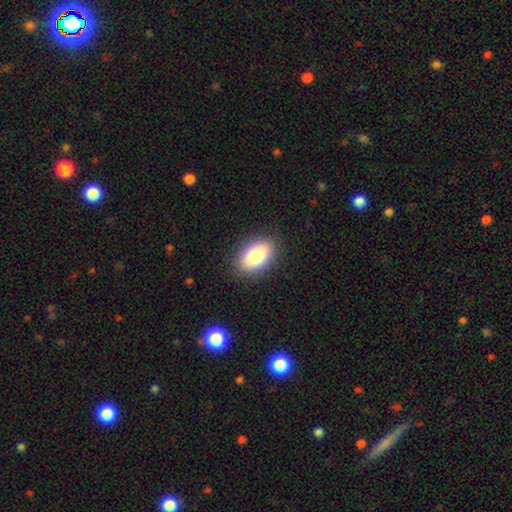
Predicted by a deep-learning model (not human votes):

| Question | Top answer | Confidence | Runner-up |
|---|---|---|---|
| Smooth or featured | smooth | 81% | featured or disk (11%) |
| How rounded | in between | 88% | round (10%) |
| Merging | none | 88% | minor disturbance (9%) |